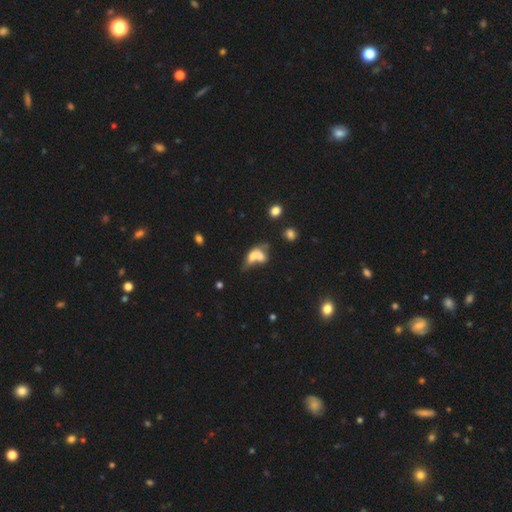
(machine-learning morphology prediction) This is possibly a smooth galaxy (58%). How rounded: likely in between (70%). Merging: likely merger (66%).